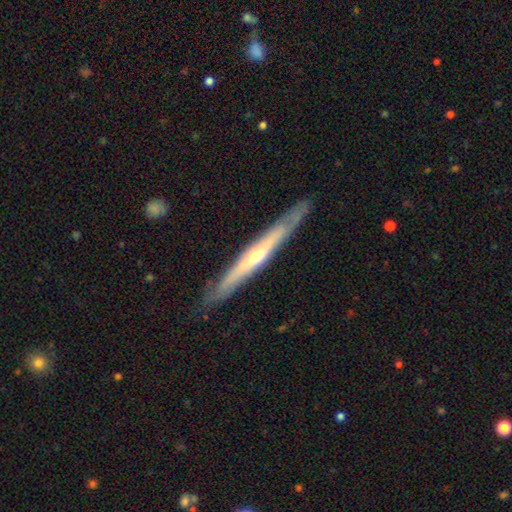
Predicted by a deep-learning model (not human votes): This appears to be a featured or disk galaxy (69%) viewed edge-on (92%) with a rounded central bulge (68%). Merging: none (86%).